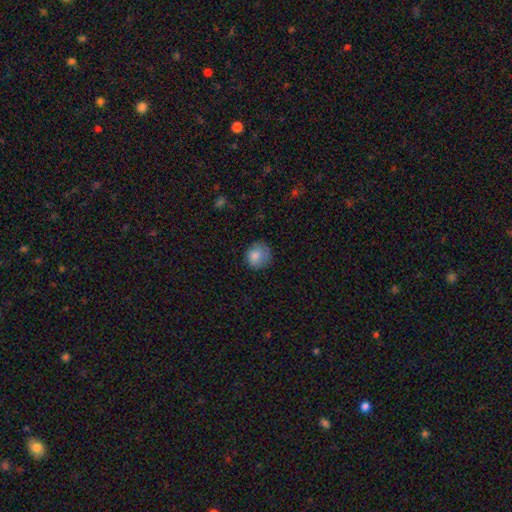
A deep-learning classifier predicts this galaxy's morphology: A smooth galaxy with no disk features (84%) that is round (84%).

Vote fractions:
- Smooth or featured? smooth: 84% / star or artifact: 8% / featured or disk: 8%
- How rounded? round: 84% / in between: 15% / cigar-shaped: 1%
- Merging? none: 70% / minor disturbance: 22% / major disturbance: 7% / merger: 1%